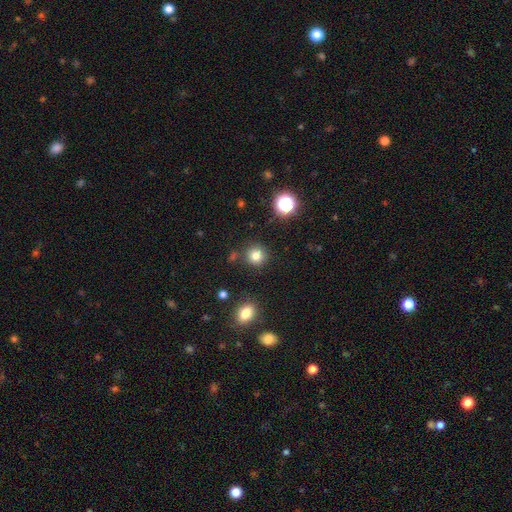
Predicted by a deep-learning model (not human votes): A smooth galaxy with no disk features (80%) that is round (92%). Merging: none (85%).